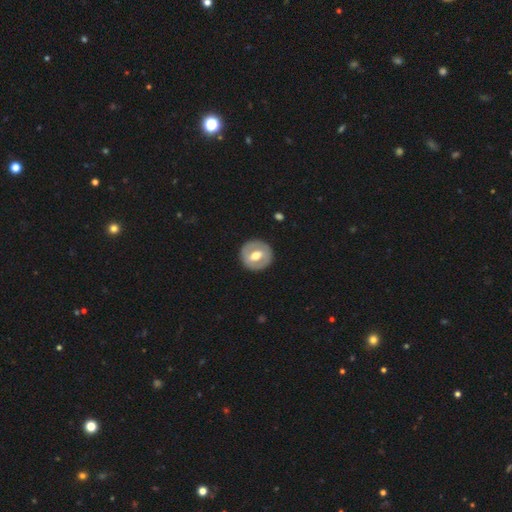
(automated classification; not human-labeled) featured or disk 55%, smooth 40%, star or artifact 5%. Down the decision tree: edge-on disk — no (94%); bar — weak (41%); spiral arms — no (80%); bulge size — moderate (72%); merging — none (88%).